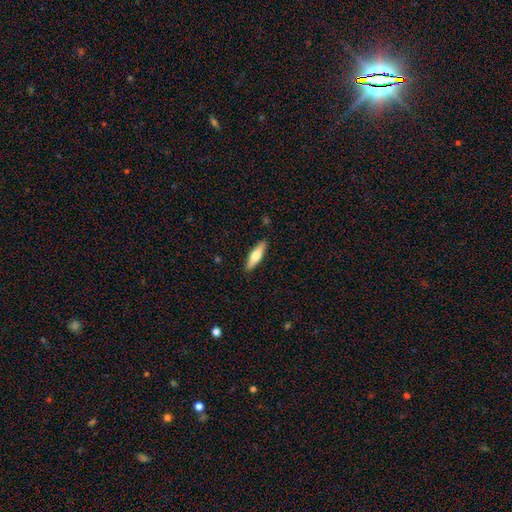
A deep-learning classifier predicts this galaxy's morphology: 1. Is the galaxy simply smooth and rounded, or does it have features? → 56% smooth, 39% featured or disk, 5% star or artifact.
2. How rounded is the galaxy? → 66% cigar-shaped, 32% in between, 2% round.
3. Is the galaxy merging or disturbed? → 89% none, 8% minor disturbance, 2% major disturbance, 1% merger.